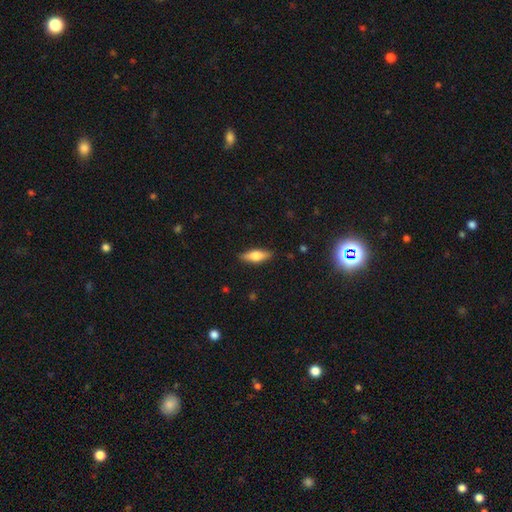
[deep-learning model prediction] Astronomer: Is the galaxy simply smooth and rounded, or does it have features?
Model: smooth — 66%.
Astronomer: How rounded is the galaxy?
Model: in between — 58% (runner-up: cigar-shaped, 39%).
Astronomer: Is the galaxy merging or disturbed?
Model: none — 87%.